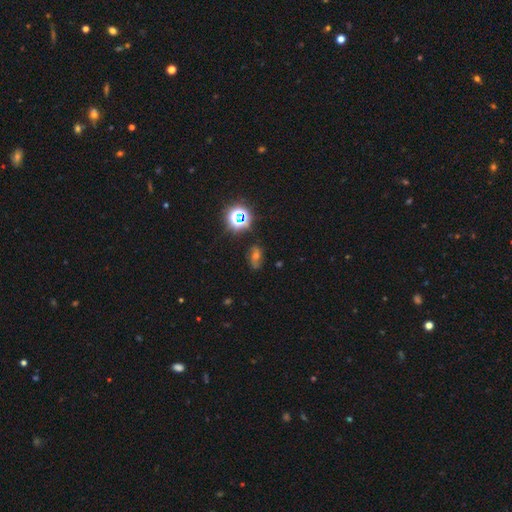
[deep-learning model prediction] Smooth or featured: star or artifact — 44% (smooth — 29%)